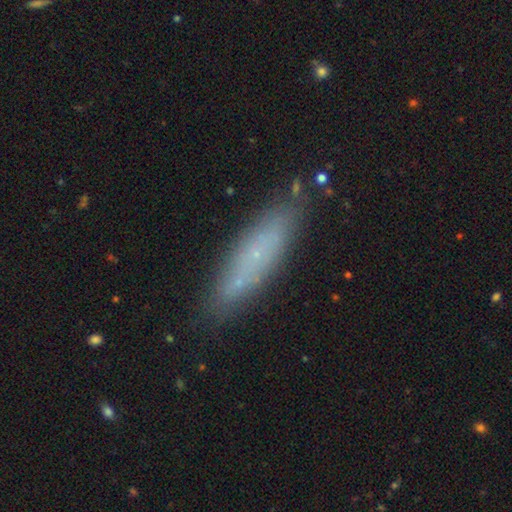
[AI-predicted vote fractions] smooth-or-featured: smooth: 52% | featured or disk: 38% | star or artifact: 10%
  how-rounded: cigar-shaped: 73% | in between: 25% | round: 2%
  merging: none: 82% | minor disturbance: 13% | major disturbance: 3% | merger: 3%